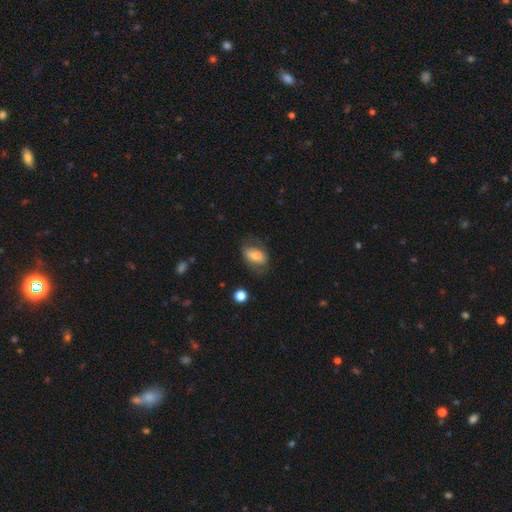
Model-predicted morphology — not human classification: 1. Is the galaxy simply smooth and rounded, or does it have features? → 69% smooth, 24% featured or disk, 8% star or artifact.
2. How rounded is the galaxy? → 87% in between, 10% round, 3% cigar-shaped.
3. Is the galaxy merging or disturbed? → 60% none, 25% minor disturbance, 13% major disturbance, 2% merger.